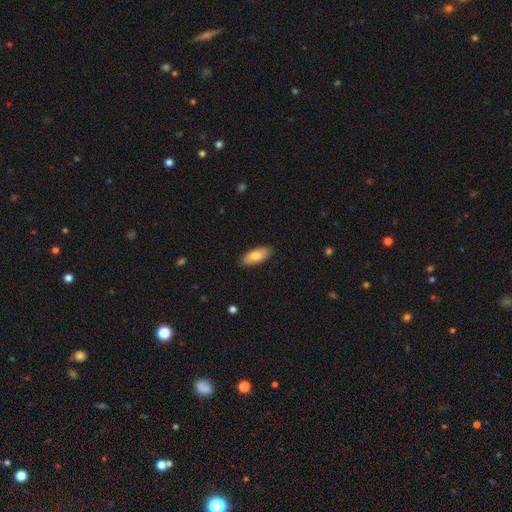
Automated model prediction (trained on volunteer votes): This appears to be a smooth galaxy with no disk features (81%) that is in between round and cigar-shaped (87%). Merging: none (87%).